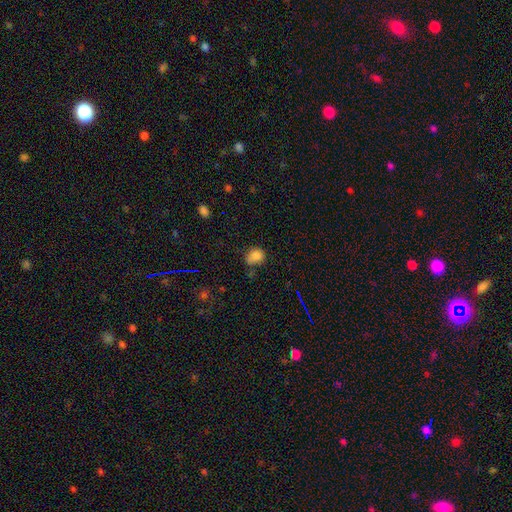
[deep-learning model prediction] Smooth or featured?
  - smooth: 83% *
  - star or artifact: 11%
  - featured or disk: 7%
How rounded?
  - round: 59% *
  - in between: 40%
  - cigar-shaped: 1%
Merging?
  - none: 51% *
  - minor disturbance: 31%
  - major disturbance: 9%
  - merger: 8%